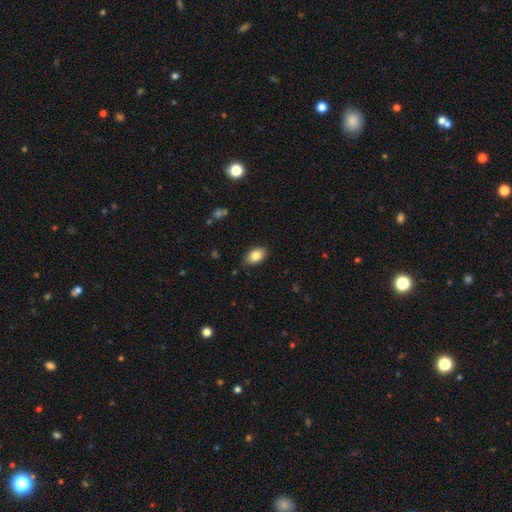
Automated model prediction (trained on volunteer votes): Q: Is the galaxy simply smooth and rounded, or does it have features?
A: smooth — 85%.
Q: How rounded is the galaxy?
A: in between — 89%.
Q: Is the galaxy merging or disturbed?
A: none — 85%.